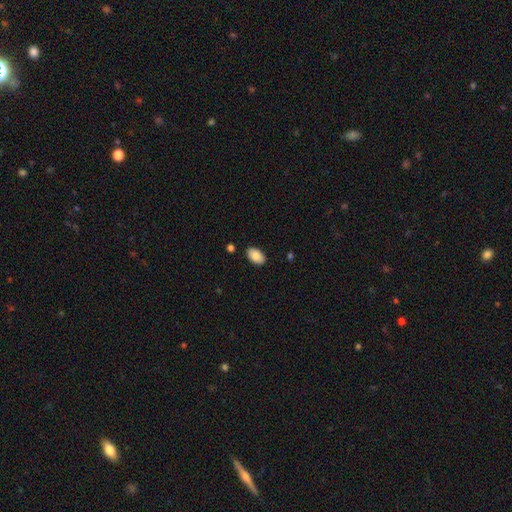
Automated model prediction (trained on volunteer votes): This is clearly a smooth galaxy (85%). How rounded: clearly in between (94%). Merging: clearly none (88%).